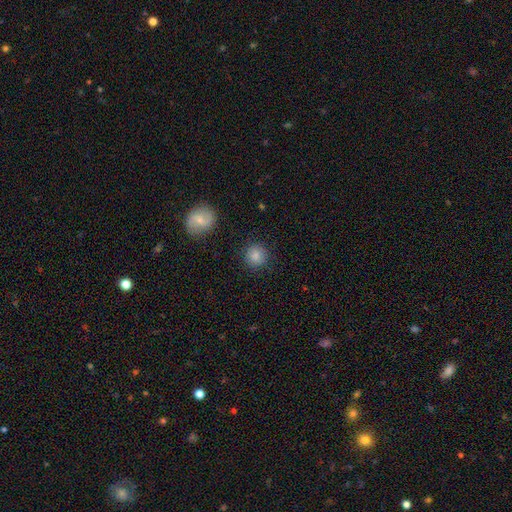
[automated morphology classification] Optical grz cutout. It shows a smooth galaxy with no disk features (83%) that is round (92%). Merging: none (87%).